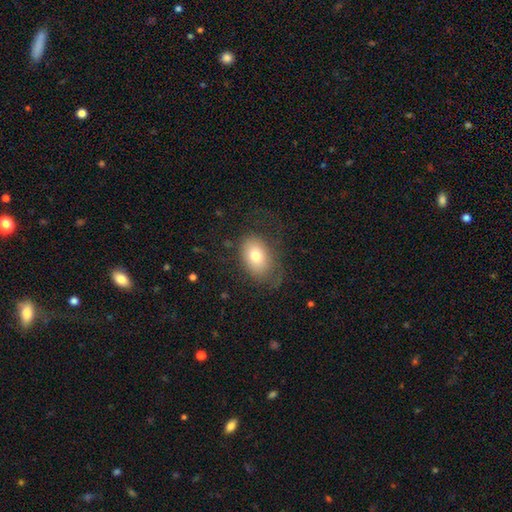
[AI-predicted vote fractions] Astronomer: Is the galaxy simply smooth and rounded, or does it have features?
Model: smooth — 73%.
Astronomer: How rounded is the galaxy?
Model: in between — 83%.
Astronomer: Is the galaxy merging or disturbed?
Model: none — 62%.